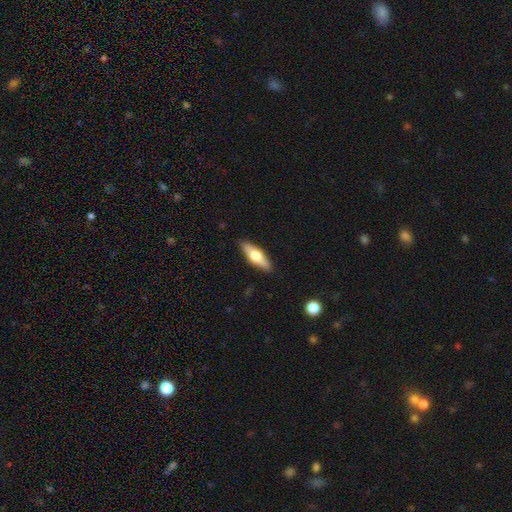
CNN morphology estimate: type=smooth (52%); roundness=in between (49%); merging=none (89%).